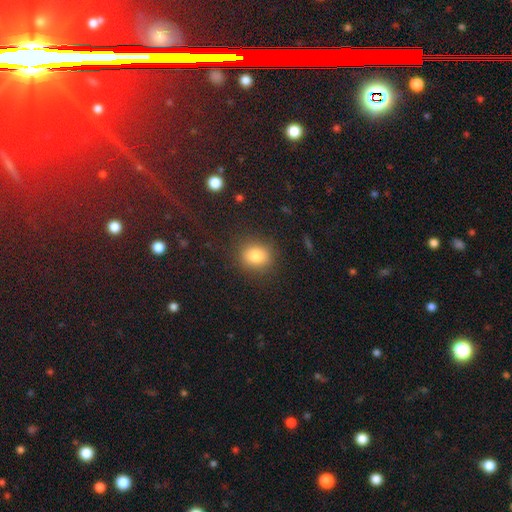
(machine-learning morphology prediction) The model was most divided on "how rounded": round: 67%, in between: 32%, cigar-shaped: 1%. More confident: merging — none (85%); smooth or featured — smooth (83%).